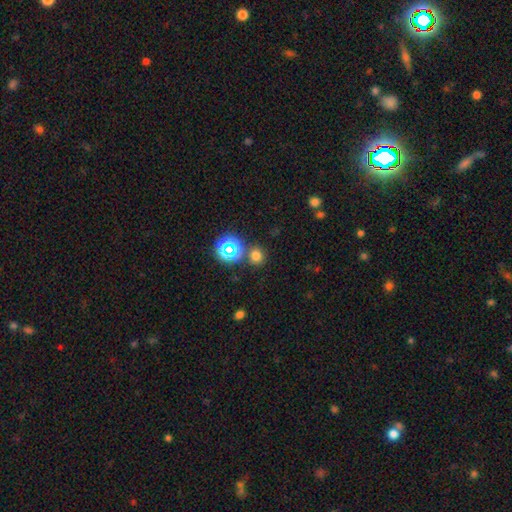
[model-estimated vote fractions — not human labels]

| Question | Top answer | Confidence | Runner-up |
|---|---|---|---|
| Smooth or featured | smooth | 70% | star or artifact (24%) |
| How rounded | round | 86% | in between (12%) |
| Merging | none | 78% | merger (11%) |